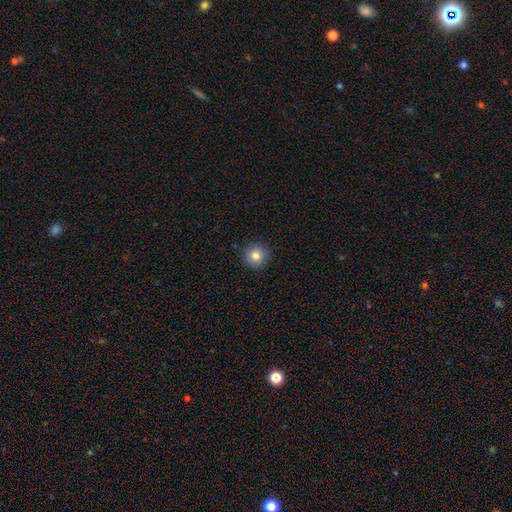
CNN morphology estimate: Overall: smooth (82%). How rounded: round (94%). Merging: none (91%).